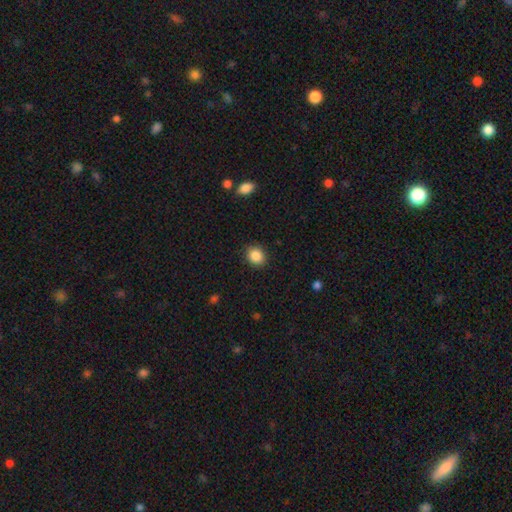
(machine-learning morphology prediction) smooth_or_featured: smooth (p=0.87) [alt: star or artifact p=0.09]
how_rounded: round (p=0.70) [alt: in between p=0.29]
merging: none (p=0.89) [alt: minor disturbance p=0.07]